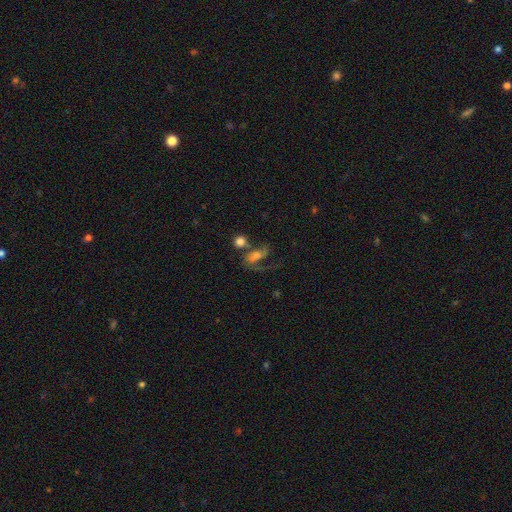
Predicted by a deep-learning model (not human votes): Smooth or featured?
  - featured or disk: 58% *
  - smooth: 28%
  - star or artifact: 14%
Edge-on disk?
  - no: 96% *
  - yes: 4%
Bar?
  - no: 57% *
  - weak: 32%
  - strong: 11%
Spiral arms?
  - yes: 81% *
  - no: 19%
Bulge size?
  - moderate: 42% *
  - small: 34%
  - large: 11%
  - none: 10%
  - dominant: 3%
Merging?
  - none: 30% * (tied)
  - merger: 30% * (tied)
  - major disturbance: 27%
  - minor disturbance: 13%